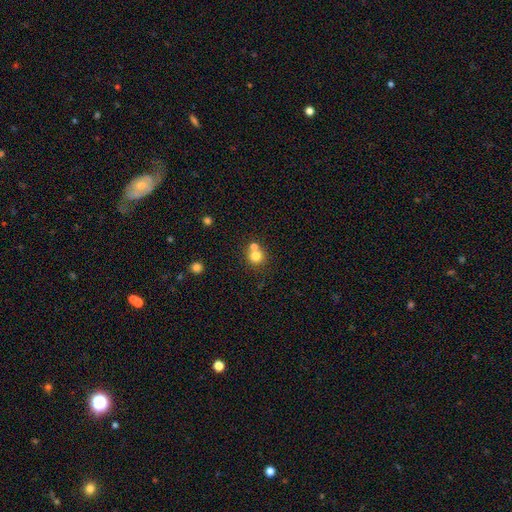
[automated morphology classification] A smooth galaxy with no disk features (77%) that is round (89%). Merging: none (52%).